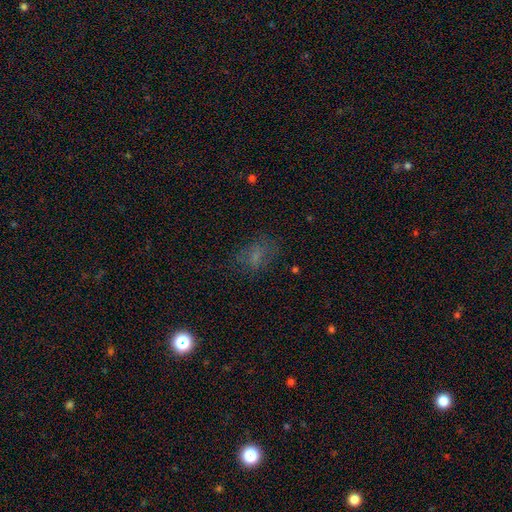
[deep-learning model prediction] smooth-or-featured: smooth: 54% | star or artifact: 24% | featured or disk: 22%
  how-rounded: in between: 73% | round: 24% | cigar-shaped: 3%
  merging: none: 62% | minor disturbance: 20% | major disturbance: 16% | merger: 2%